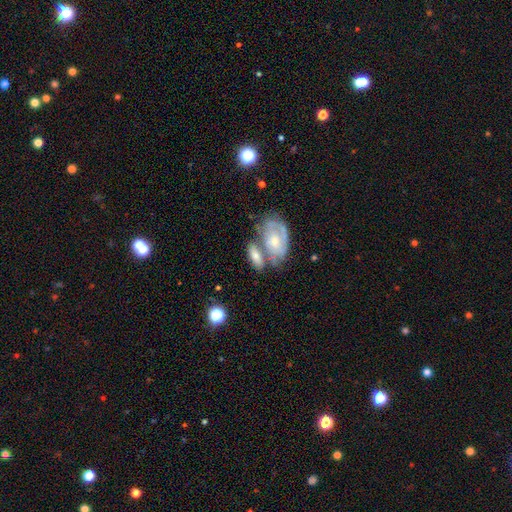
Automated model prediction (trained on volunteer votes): Smooth or featured? Predicted: smooth (p=0.51). How rounded? Predicted: in between (p=0.84). Merging? Predicted: merger (p=0.44).